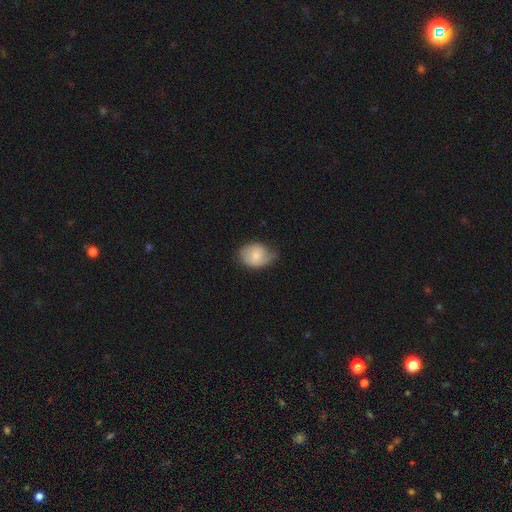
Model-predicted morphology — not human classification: smooth_or_featured: smooth (p=0.62) [alt: featured or disk p=0.31]
how_rounded: in between (p=0.63) [alt: round p=0.36]
merging: none (p=0.45) [alt: minor disturbance p=0.39]